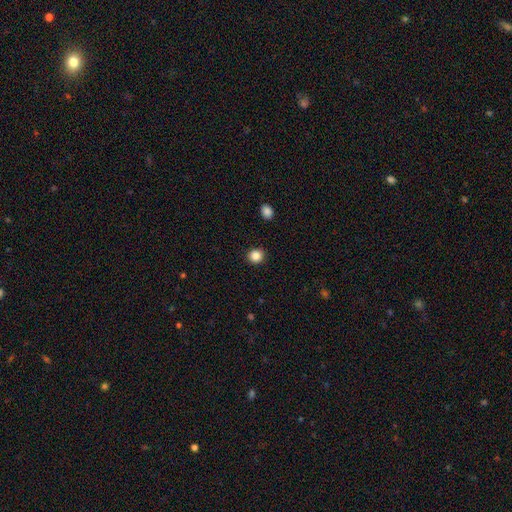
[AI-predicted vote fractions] smooth-or-featured: smooth: 86% | star or artifact: 10% | featured or disk: 4%
  how-rounded: round: 85% | in between: 14% | cigar-shaped: 1%
  merging: none: 92% | minor disturbance: 5% | major disturbance: 2% | merger: 1%